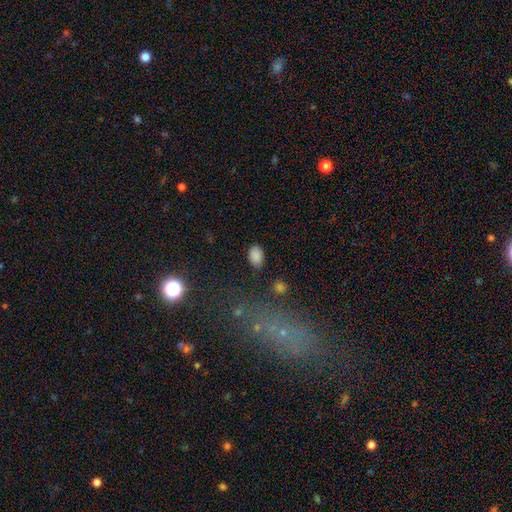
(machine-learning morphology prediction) A smooth galaxy with no disk features (86%) that is in between round and cigar-shaped (85%). Merging: none (83%).